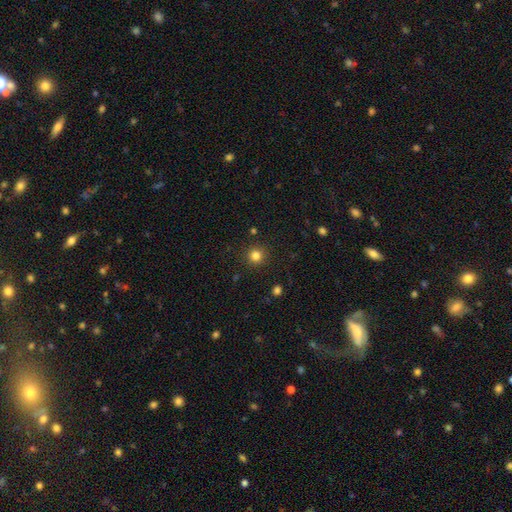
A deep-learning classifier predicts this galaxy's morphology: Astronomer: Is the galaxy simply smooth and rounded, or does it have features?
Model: smooth — 82%.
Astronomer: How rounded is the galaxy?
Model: round — 94%.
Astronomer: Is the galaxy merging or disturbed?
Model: none — 90%.